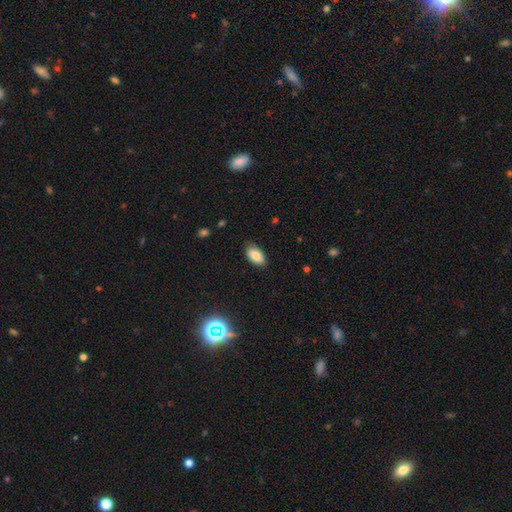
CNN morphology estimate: Smooth or featured?
  - smooth: 83% *
  - featured or disk: 9%
  - star or artifact: 8%
How rounded?
  - in between: 94% *
  - round: 4%
  - cigar-shaped: 2%
Merging?
  - none: 83% *
  - minor disturbance: 13%
  - major disturbance: 2%
  - merger: 1%